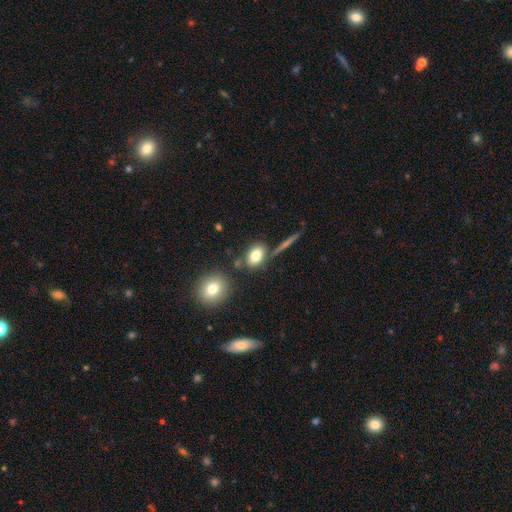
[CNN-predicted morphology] Overall: smooth (78%). How rounded: in between (76%). Merging: none (68%).